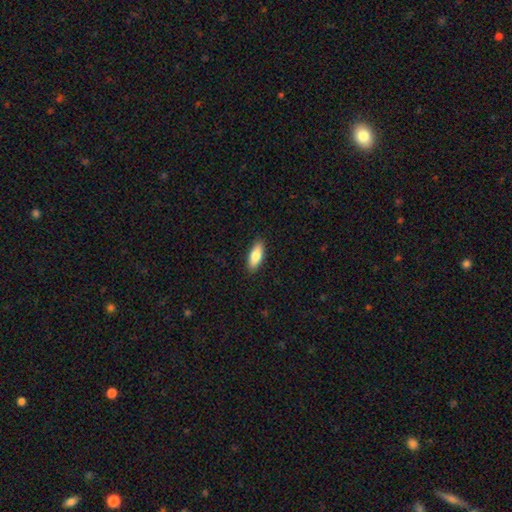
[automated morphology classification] A smooth galaxy with no disk features (79%) that is in between round and cigar-shaped (73%).

Vote fractions:
- Smooth or featured? smooth: 79% / featured or disk: 15% / star or artifact: 6%
- How rounded? in between: 73% / cigar-shaped: 25% / round: 2%
- Merging? none: 89% / minor disturbance: 8% / major disturbance: 2% / merger: 1%